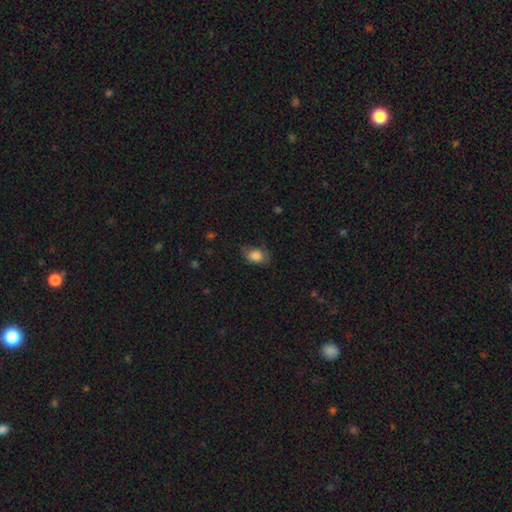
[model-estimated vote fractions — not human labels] Morphology: type=smooth (81%); roundness=in between (71%); merging=none (59%).